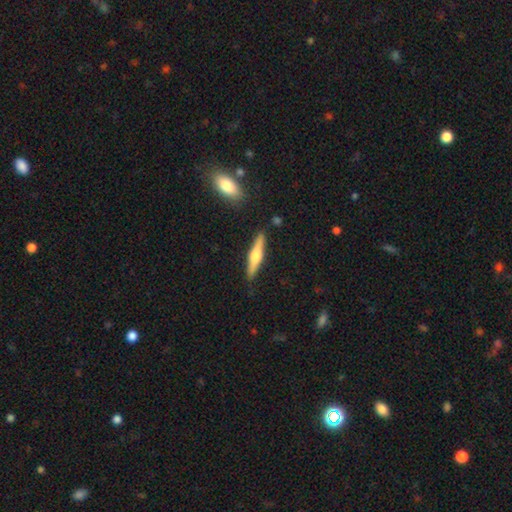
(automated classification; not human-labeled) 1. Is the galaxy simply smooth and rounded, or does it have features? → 55% featured or disk, 40% smooth, 5% star or artifact.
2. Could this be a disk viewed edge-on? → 96% yes, 4% no.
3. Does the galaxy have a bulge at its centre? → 89% rounded, 7% boxy, 4% none.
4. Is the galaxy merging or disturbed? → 88% none, 8% minor disturbance, 2% merger, 2% major disturbance.